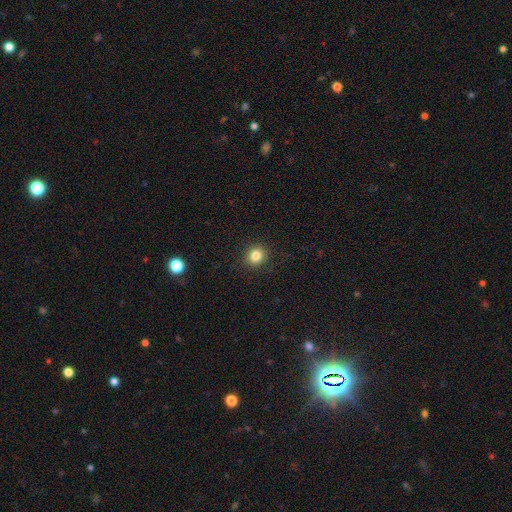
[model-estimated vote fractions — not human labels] The model was most divided on "smooth or featured": smooth: 83%, star or artifact: 11%, featured or disk: 5%. More confident: merging — none (91%); how rounded — round (87%).